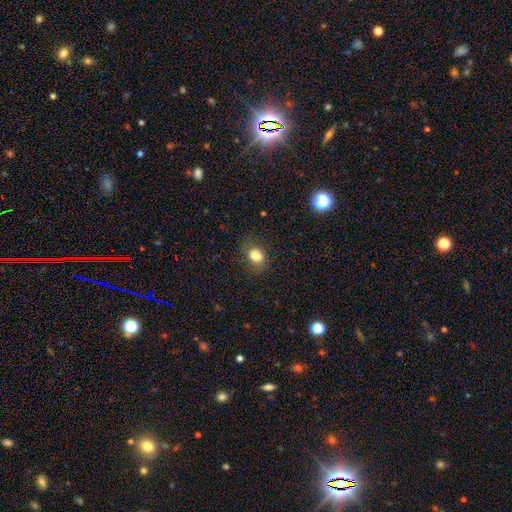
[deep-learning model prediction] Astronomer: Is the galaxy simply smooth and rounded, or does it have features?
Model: smooth — 82%.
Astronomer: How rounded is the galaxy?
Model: in between — 61% (runner-up: round, 37%).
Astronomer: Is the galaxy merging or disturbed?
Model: none — 73%.